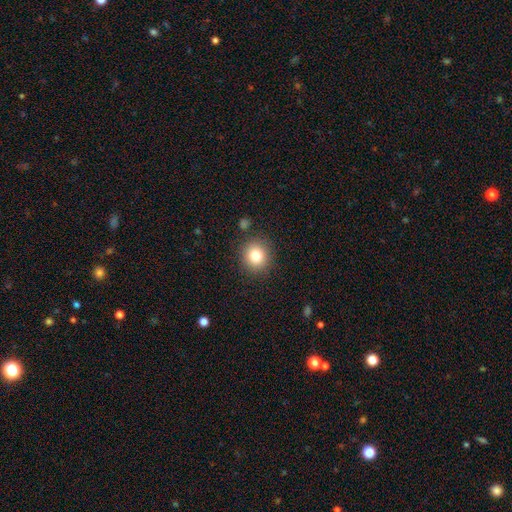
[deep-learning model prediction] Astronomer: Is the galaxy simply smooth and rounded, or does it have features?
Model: smooth — 80%.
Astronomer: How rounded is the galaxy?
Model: round — 88%.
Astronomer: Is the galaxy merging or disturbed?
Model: none — 87%.